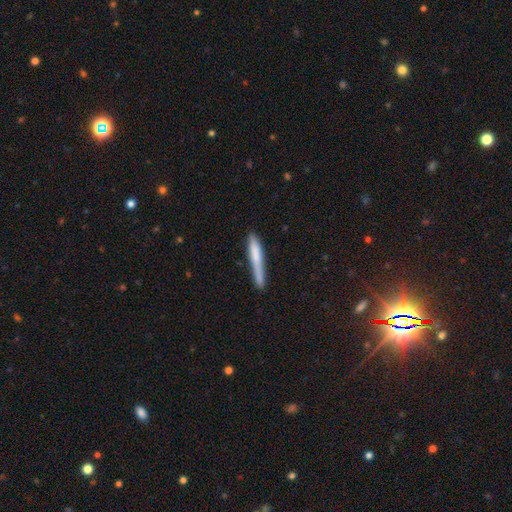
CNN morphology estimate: type=smooth (68%); roundness=cigar-shaped (95%); merging=none (69%).